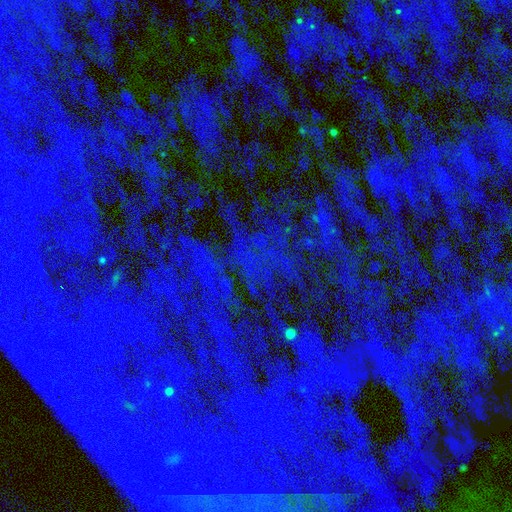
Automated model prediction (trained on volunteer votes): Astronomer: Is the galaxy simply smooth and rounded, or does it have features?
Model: star or artifact — 82%.